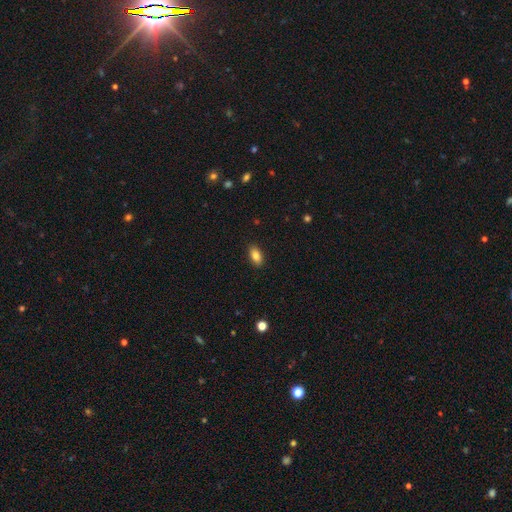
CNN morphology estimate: smooth_or_featured: smooth (p=0.84) [alt: star or artifact p=0.08]
how_rounded: in between (p=0.89) [alt: round p=0.06]
merging: none (p=0.89) [alt: minor disturbance p=0.08]